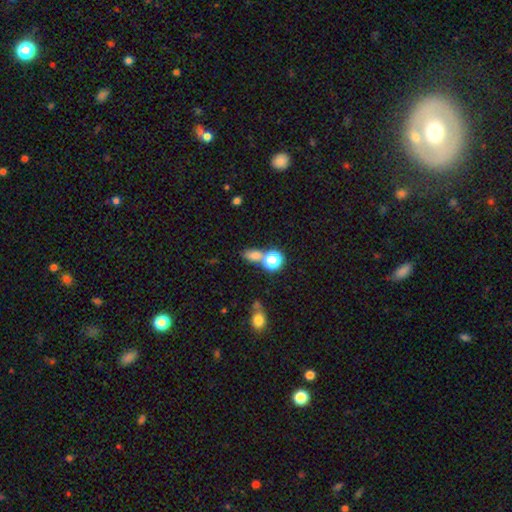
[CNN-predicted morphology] This is likely a smooth galaxy (69%). How rounded: likely in between (61%). Merging: possibly none (53%).